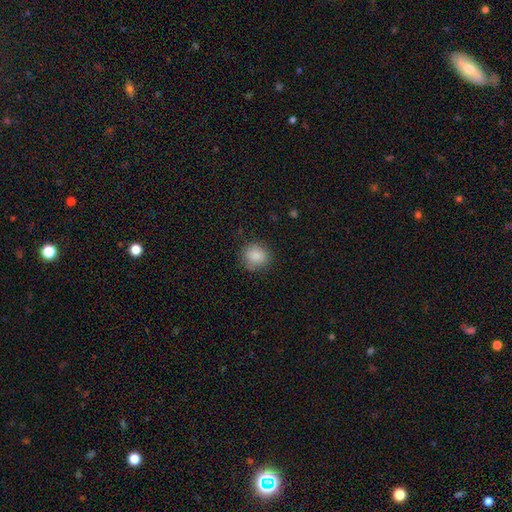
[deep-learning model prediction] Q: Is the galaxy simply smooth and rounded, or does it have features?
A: smooth — 87%.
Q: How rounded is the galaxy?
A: round — 85%.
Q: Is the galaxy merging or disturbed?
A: none — 84%.